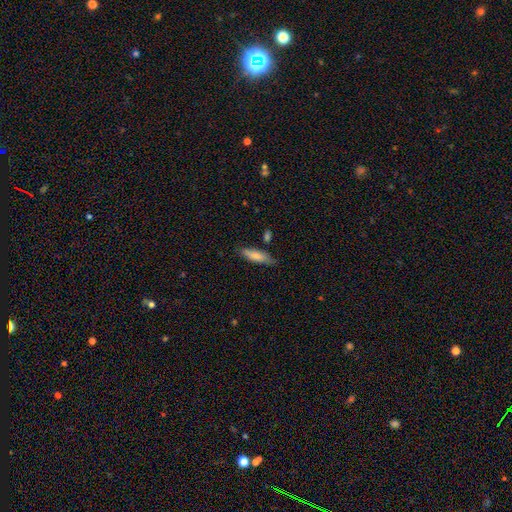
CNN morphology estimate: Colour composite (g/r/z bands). It shows a smooth galaxy with no disk features (80%) that is cigar-shaped (60%). Merging: none (76%).